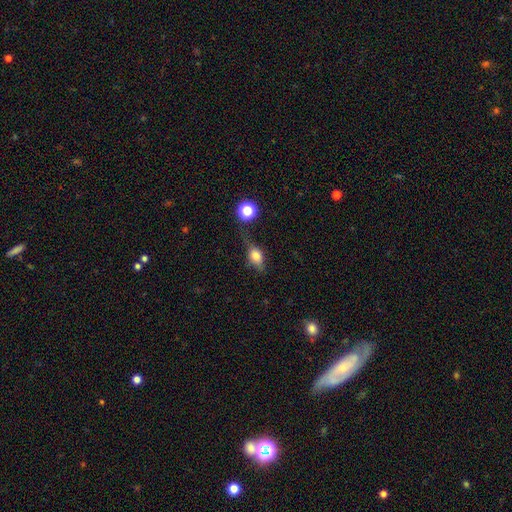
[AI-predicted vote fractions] The model was most divided on "merging": none: 51%, minor disturbance: 29%, major disturbance: 13%, merger: 7%. More confident: how rounded — in between (66%); smooth or featured — smooth (65%).